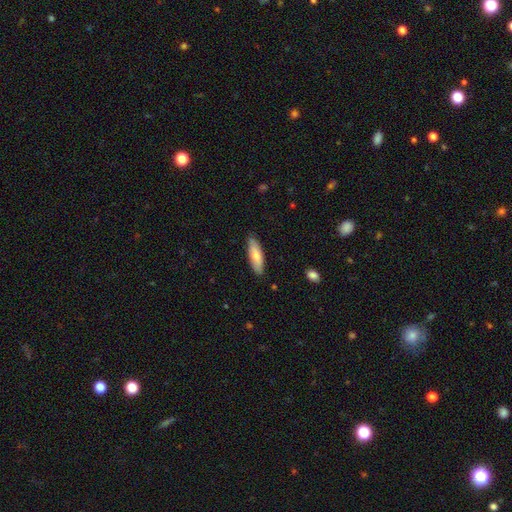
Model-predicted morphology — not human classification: smooth-or-featured: smooth: 68% | featured or disk: 26% | star or artifact: 6%
  how-rounded: in between: 52% | cigar-shaped: 46% | round: 2%
  merging: none: 84% | minor disturbance: 12% | major disturbance: 2% | merger: 1%